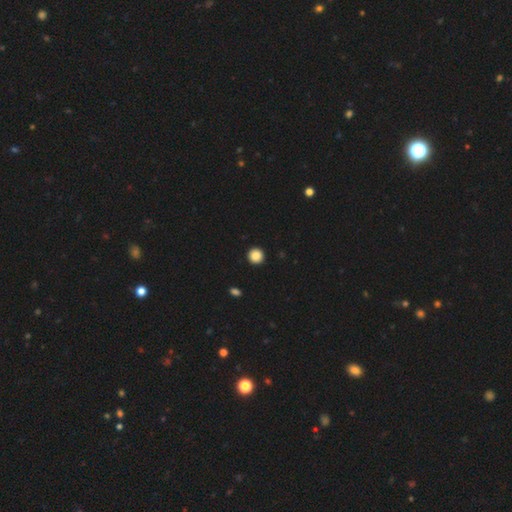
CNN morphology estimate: This is clearly a smooth galaxy (87%). How rounded: clearly round (96%). Merging: clearly none (94%).